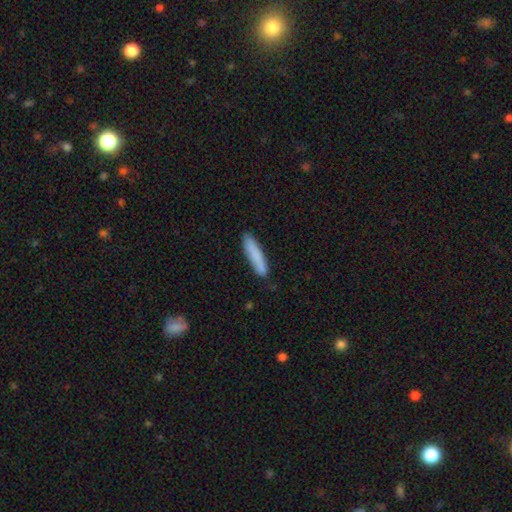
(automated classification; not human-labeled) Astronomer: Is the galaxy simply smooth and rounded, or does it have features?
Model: smooth — 82%.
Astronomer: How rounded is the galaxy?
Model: cigar-shaped — 88%.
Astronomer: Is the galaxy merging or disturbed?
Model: none — 84%.